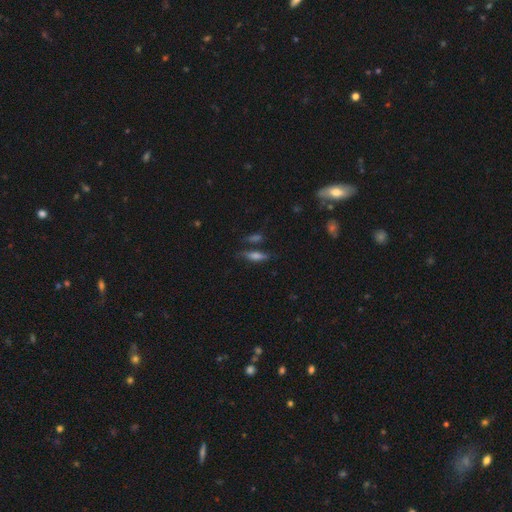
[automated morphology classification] Smooth or featured: smooth — 59% (featured or disk — 30%)
How rounded: cigar-shaped — 64% (in between — 33%)
Merging: none — 66% (minor disturbance — 17%)